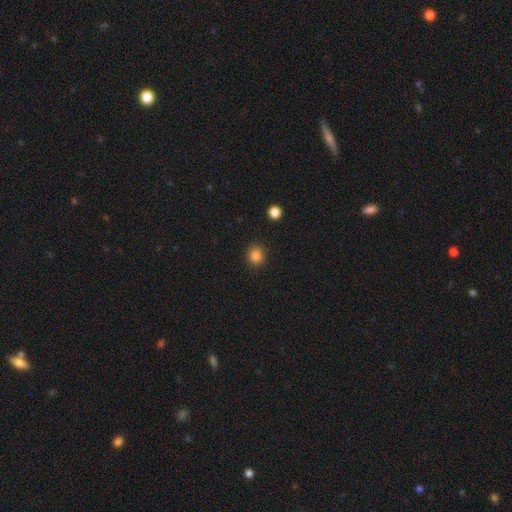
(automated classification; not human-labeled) A smooth galaxy with no disk features (85%) that is round (83%). Merging: none (89%).